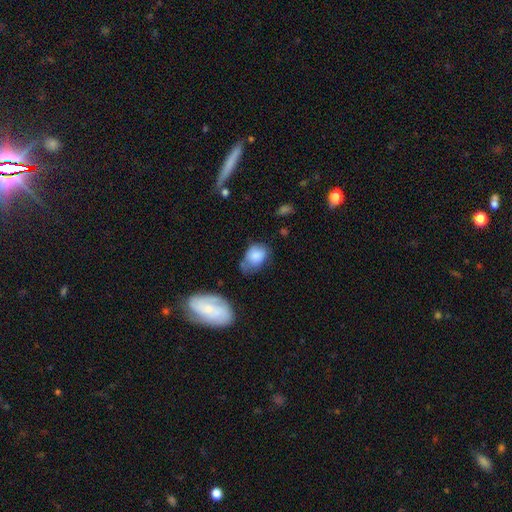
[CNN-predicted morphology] A smooth galaxy with no disk features (79%) that is in between round and cigar-shaped (72%). Merging: none (39%, tied with minor disturbance).